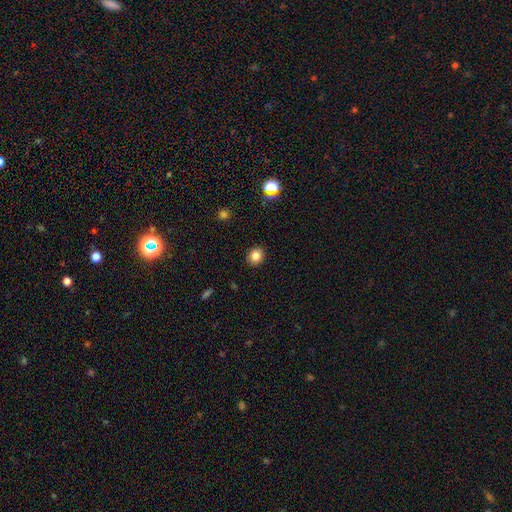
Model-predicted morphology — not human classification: Overall: smooth (83%). How rounded: round (76%). Merging: none (91%).